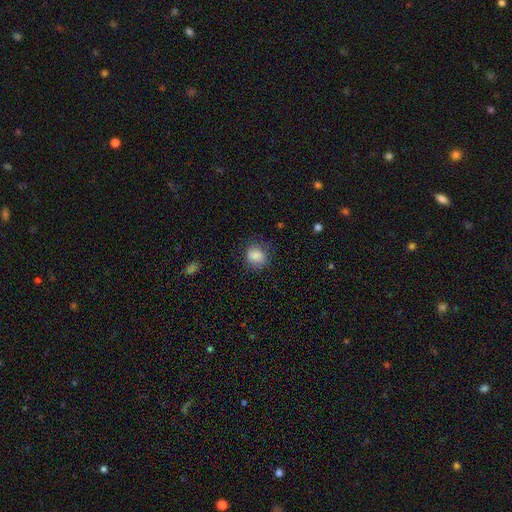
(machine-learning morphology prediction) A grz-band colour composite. It shows a smooth galaxy with no disk features (84%) that is round (66%). Merging: none (72%).